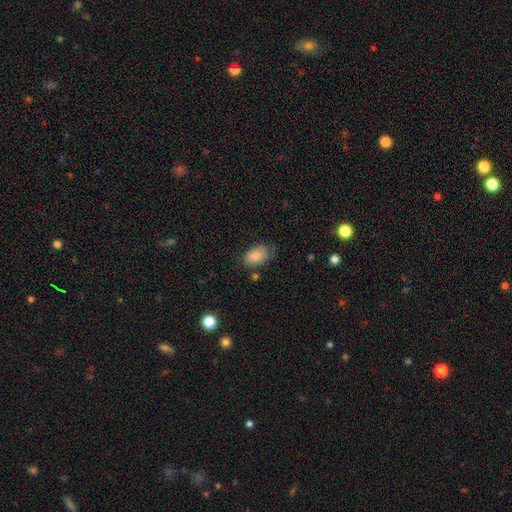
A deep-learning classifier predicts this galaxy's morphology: This is clearly a smooth galaxy (85%). How rounded: clearly in between (89%). Merging: likely none (66%).